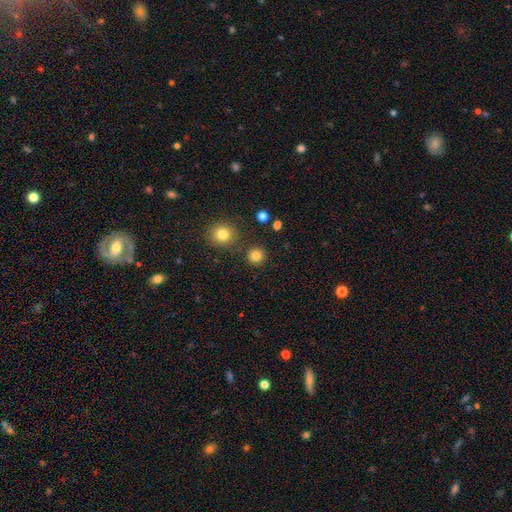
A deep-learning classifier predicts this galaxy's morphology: type=smooth (83%); roundness=round (93%); merging=none (87%).